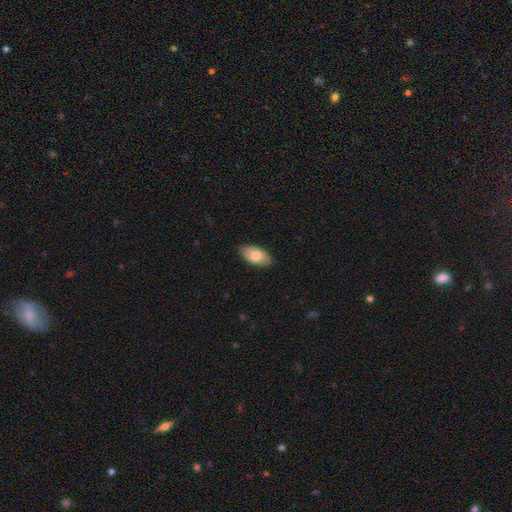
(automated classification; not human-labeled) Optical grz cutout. It shows a smooth galaxy with no disk features (79%) that is in between round and cigar-shaped (95%). Merging: none (86%).